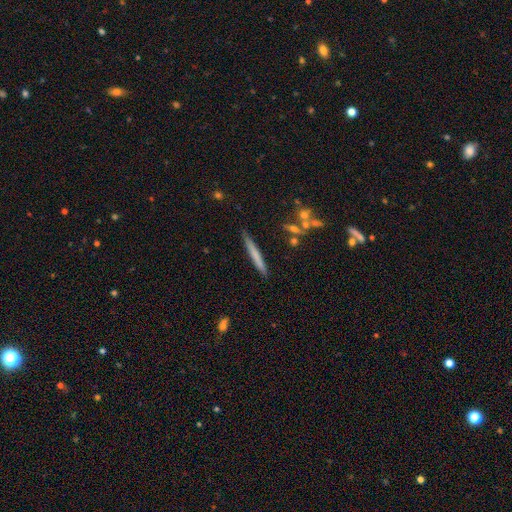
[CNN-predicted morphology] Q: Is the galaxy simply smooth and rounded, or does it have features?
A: smooth — 62%.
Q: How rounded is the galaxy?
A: cigar-shaped — 96%.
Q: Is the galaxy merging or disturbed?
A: none — 87%.